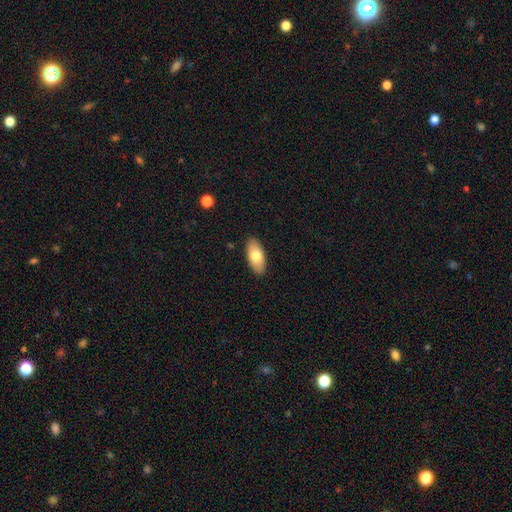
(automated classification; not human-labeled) smooth-or-featured: smooth: 75% | featured or disk: 19% | star or artifact: 6%
  how-rounded: in between: 91% | cigar-shaped: 7% | round: 2%
  merging: none: 90% | minor disturbance: 8% | major disturbance: 2% | merger: 1%